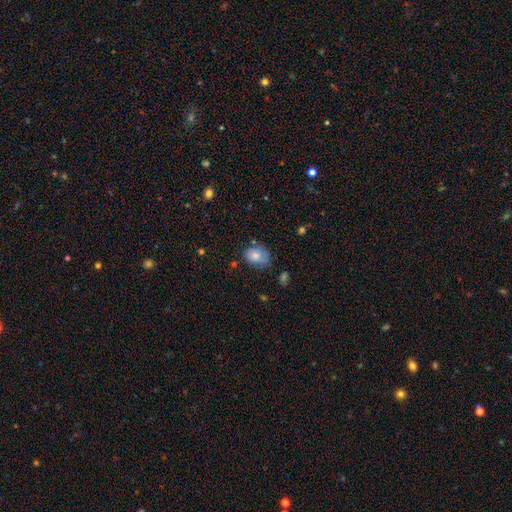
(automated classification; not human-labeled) Smooth or featured? smooth (78%)
How rounded? in between (65%)
Merging? none (60%)